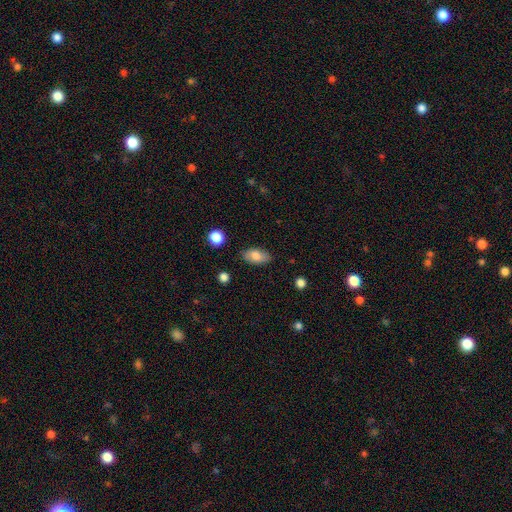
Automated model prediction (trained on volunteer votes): This appears to be a smooth galaxy with no disk features (79%) that is in between round and cigar-shaped (92%). Merging: none (84%).